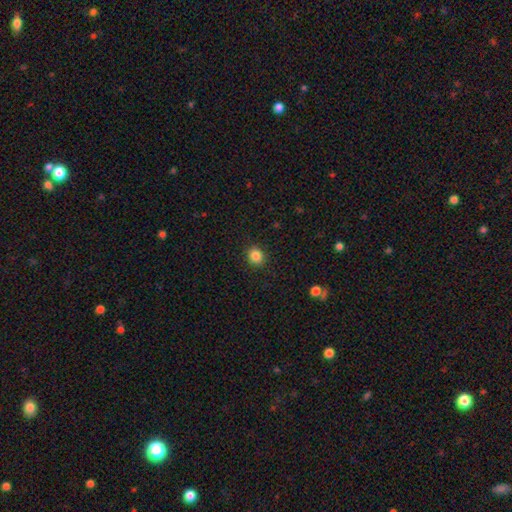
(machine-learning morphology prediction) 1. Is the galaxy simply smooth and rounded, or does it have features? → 85% smooth, 11% star or artifact, 4% featured or disk.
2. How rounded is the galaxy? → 80% round, 19% in between, 1% cigar-shaped.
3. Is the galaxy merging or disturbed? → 91% none, 6% minor disturbance, 2% major disturbance, 1% merger.